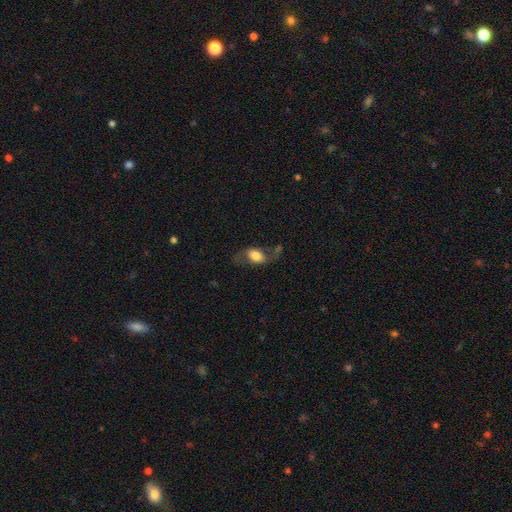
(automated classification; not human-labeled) This appears to be a smooth galaxy with no disk features (57%) that is in between round and cigar-shaped (84%). Merging: none (50%).